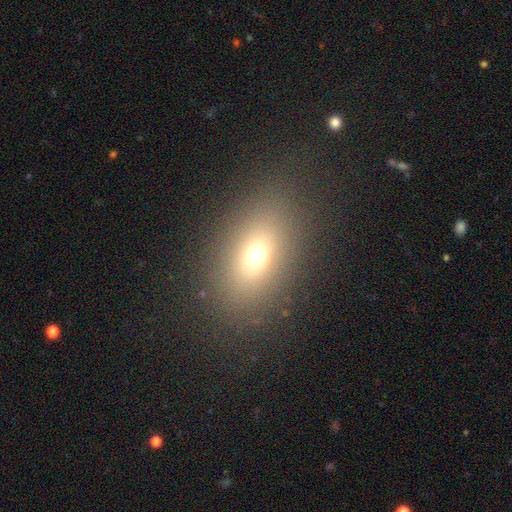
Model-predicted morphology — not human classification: Q: Smooth or featured?
A: smooth (68%); runner-up: star or artifact (16%)
Q: How rounded?
A: in between (78%); runner-up: round (18%)
Q: Merging?
A: none (84%); runner-up: minor disturbance (9%)